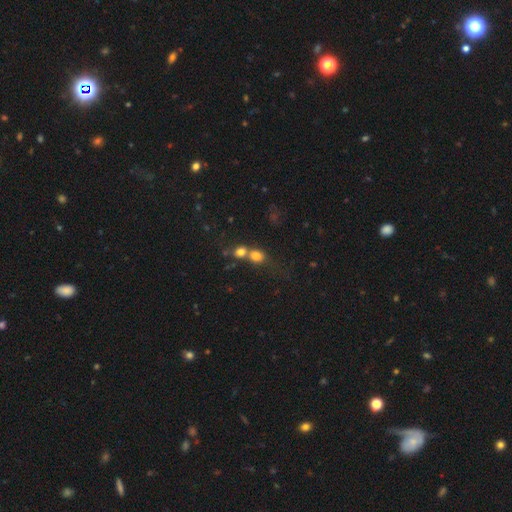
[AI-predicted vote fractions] This appears to be a smooth galaxy with no disk features (75%) that is round (70%). Merging: merger (61%).